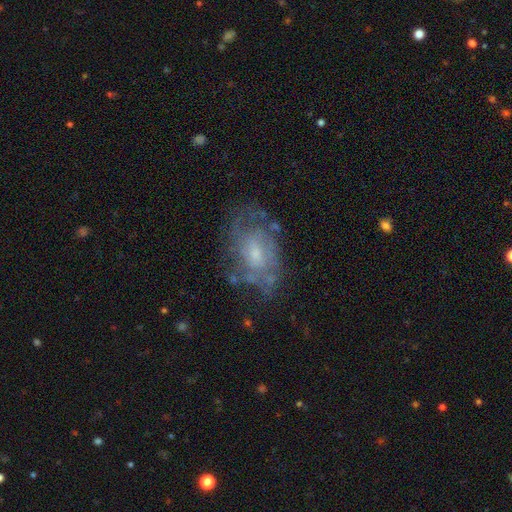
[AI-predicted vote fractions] This is likely a featured or disk galaxy (70%). It is clearly not viewed edge-on (95%). Bar: likely no (64%). Spiral arm pattern: likely yes (76%). Spiral arm count: possibly can't tell (53%). Spiral winding: possibly tight (49%). Central bulge: possibly small (48%). Merging: likely none (68%).